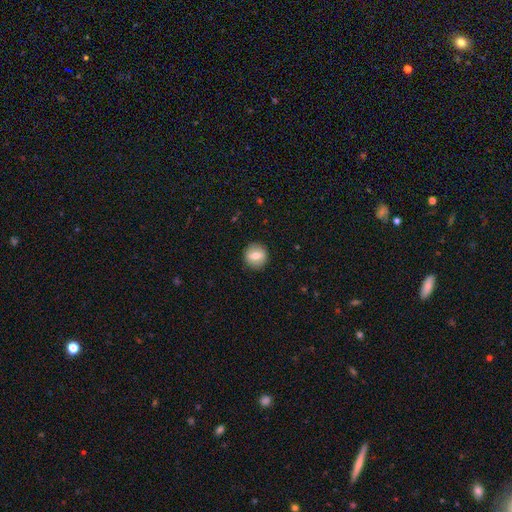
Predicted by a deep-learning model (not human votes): This appears to be a smooth galaxy with no disk features (67%) that is round (90%). Merging: none (90%).